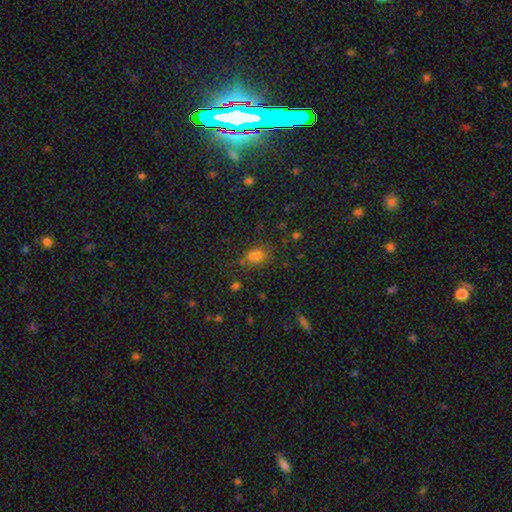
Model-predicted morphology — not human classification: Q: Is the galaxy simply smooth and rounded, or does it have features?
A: smooth — 69%.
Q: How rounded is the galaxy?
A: in between — 63%.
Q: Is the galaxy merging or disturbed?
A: none — 60%.